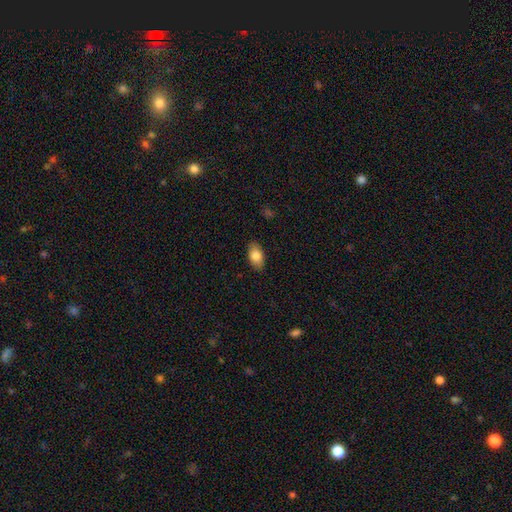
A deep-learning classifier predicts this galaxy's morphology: Smooth or featured?
  - smooth: 81% *
  - featured or disk: 12%
  - star or artifact: 7%
How rounded?
  - in between: 91% *
  - round: 6%
  - cigar-shaped: 3%
Merging?
  - none: 87% *
  - minor disturbance: 10%
  - major disturbance: 2%
  - merger: 1%